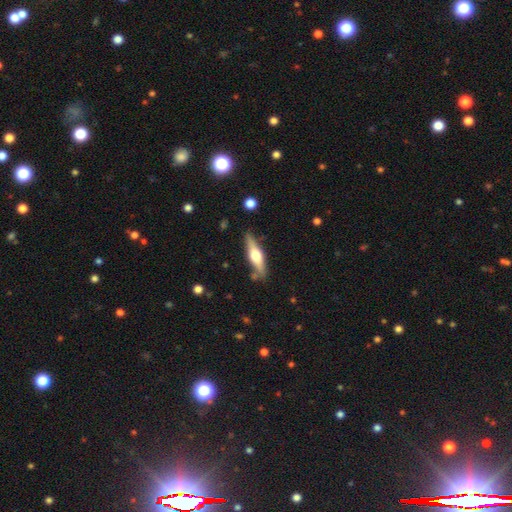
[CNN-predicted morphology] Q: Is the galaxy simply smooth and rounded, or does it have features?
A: featured or disk — 57%.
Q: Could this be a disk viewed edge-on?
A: yes — 94%.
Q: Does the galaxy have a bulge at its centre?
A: rounded — 93%.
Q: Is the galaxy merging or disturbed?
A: none — 81%.